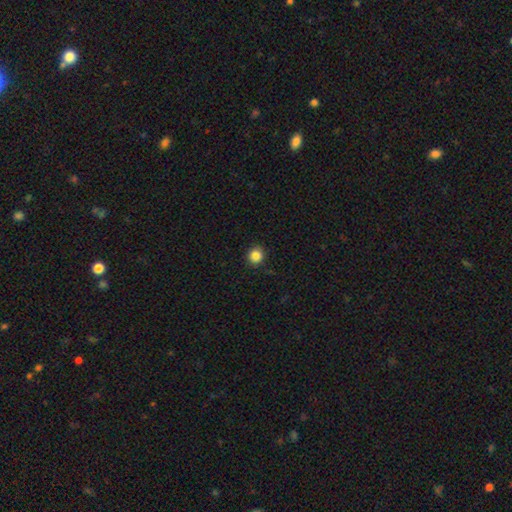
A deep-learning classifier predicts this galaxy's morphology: smooth 85%, star or artifact 11%, featured or disk 4%. Down the decision tree: how rounded — round (89%); merging — none (91%).